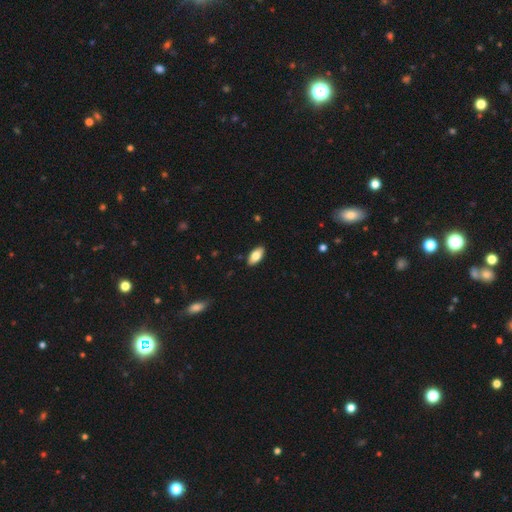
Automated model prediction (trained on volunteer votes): The model was most divided on "smooth or featured": smooth: 78%, featured or disk: 15%, star or artifact: 6%. More confident: how rounded — in between (90%); merging — none (89%).